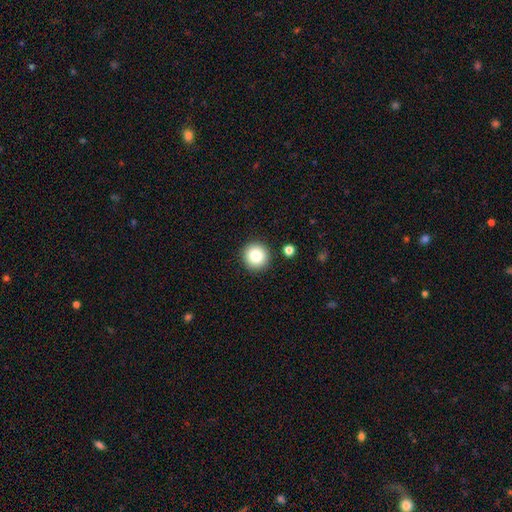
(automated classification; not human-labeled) Q: Smooth or featured?
A: smooth (83%); runner-up: star or artifact (10%)
Q: How rounded?
A: round (95%); runner-up: in between (4%)
Q: Merging?
A: none (90%); runner-up: minor disturbance (6%)